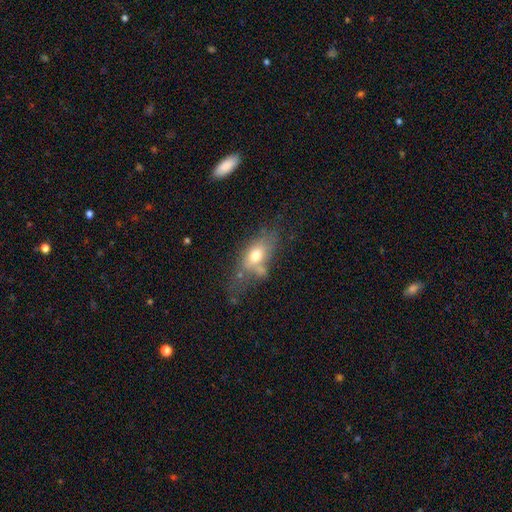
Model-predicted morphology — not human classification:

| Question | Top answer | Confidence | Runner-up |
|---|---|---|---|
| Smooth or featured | smooth | 64% | featured or disk (26%) |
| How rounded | in between | 80% | round (10%) |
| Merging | none | 38% | minor disturbance (24%) |